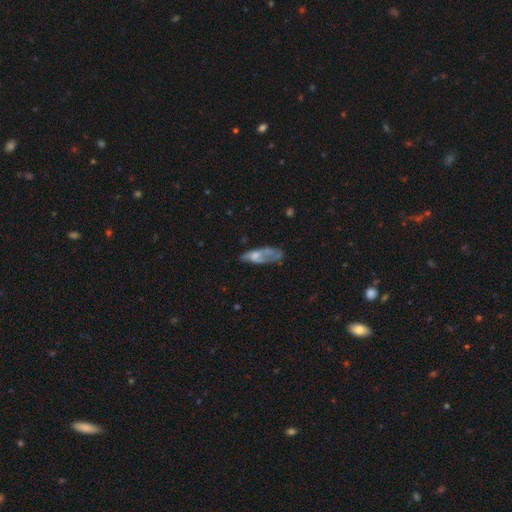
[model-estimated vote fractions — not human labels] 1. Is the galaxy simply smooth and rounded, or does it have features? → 46% featured or disk, 45% smooth, 9% star or artifact.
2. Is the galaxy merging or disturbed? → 34% none, 33% major disturbance, 27% minor disturbance, 7% merger.